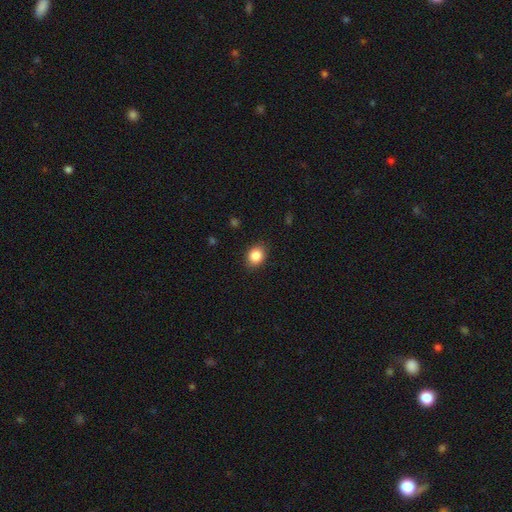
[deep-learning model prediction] Q: Smooth or featured?
A: smooth (86%); runner-up: star or artifact (9%)
Q: How rounded?
A: round (57%); runner-up: in between (42%)
Q: Merging?
A: none (88%); runner-up: minor disturbance (9%)